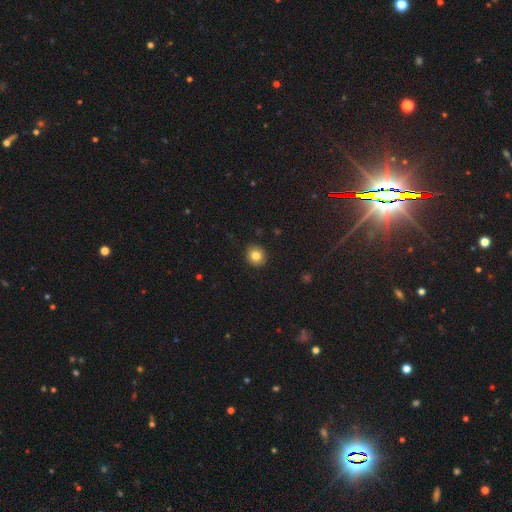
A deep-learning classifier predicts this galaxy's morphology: The model was most divided on "smooth or featured": smooth: 82%, star or artifact: 10%, featured or disk: 7%. More confident: merging — none (91%); how rounded — round (86%).